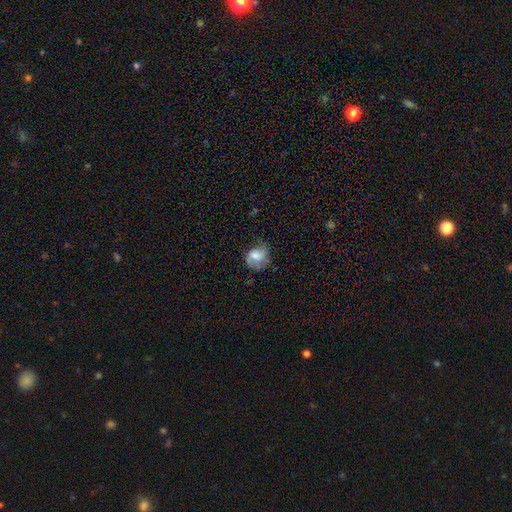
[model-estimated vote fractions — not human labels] This is possibly a smooth galaxy (51%). How rounded: likely round (65%). Merging: possibly none (54%).